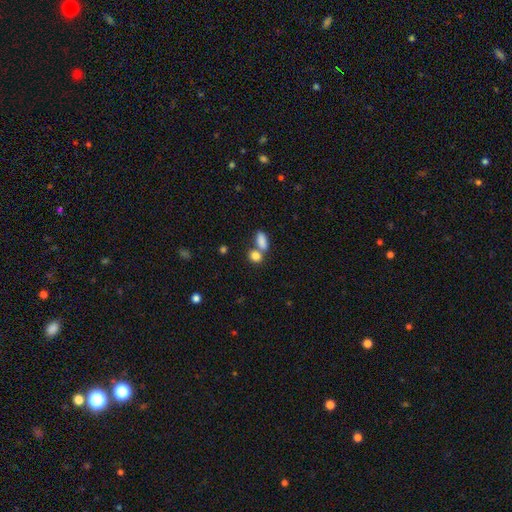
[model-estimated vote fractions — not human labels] Overall: smooth (84%). How rounded: in between (63%; round 33%). Merging: merger (44%; none 43%).